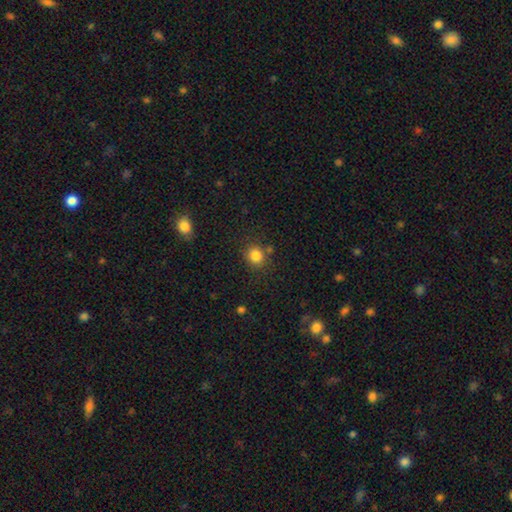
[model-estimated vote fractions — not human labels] Smooth or featured: smooth — 83% (star or artifact — 12%)
How rounded: round — 81% (in between — 18%)
Merging: none — 79% (minor disturbance — 11%)